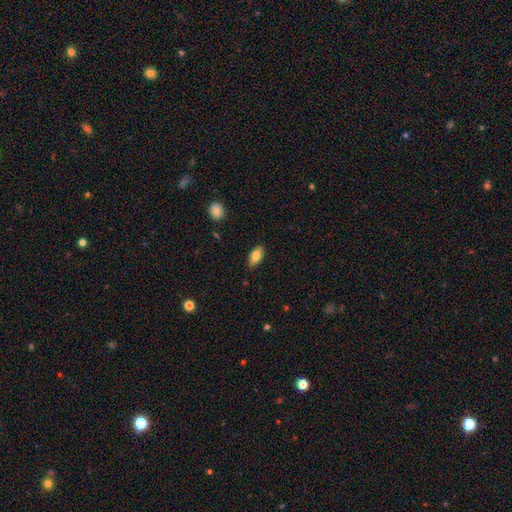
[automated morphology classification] type=smooth (81%); roundness=in between (91%); merging=none (87%).